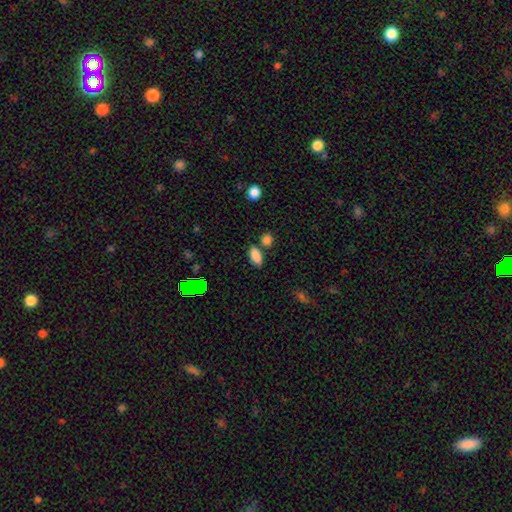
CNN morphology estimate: smooth_or_featured: smooth (p=0.84) [alt: star or artifact p=0.10]
how_rounded: in between (p=0.88) [alt: round p=0.06]
merging: none (p=0.72) [alt: merger p=0.13]